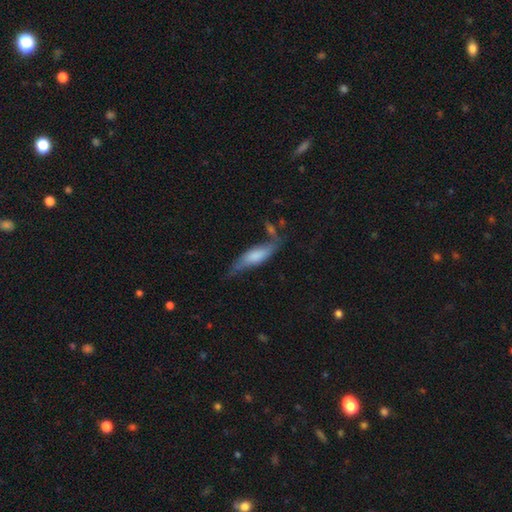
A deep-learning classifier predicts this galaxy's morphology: The model was most divided on "how rounded": cigar-shaped: 51%, in between: 47%, round: 2%. Remaining: smooth or featured — smooth (58%); merging — none (43%).